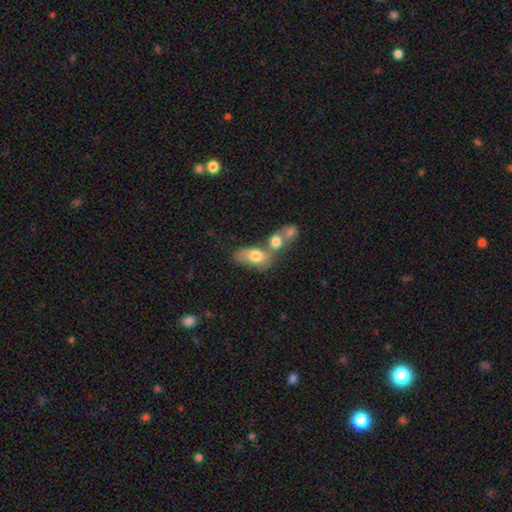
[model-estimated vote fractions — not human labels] A smooth galaxy with no disk features (72%) that is in between round and cigar-shaped (84%).

Vote fractions:
- Smooth or featured? smooth: 72% / featured or disk: 21% / star or artifact: 8%
- How rounded? in between: 84% / round: 12% / cigar-shaped: 4%
- Merging? merger: 61% / none: 23% / minor disturbance: 9% / major disturbance: 7%